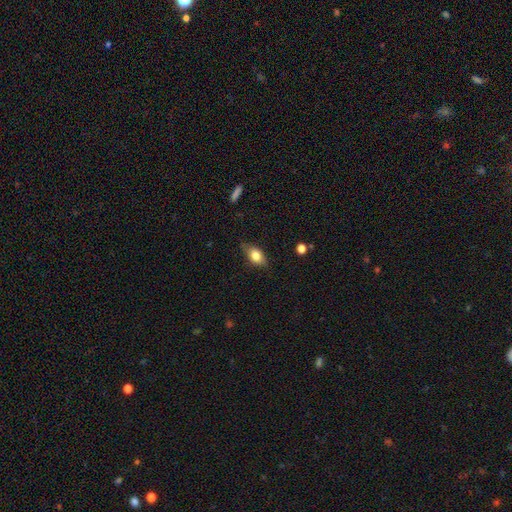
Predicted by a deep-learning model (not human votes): Morphology: type=smooth (73%); roundness=in between (80%); merging=none (72%).